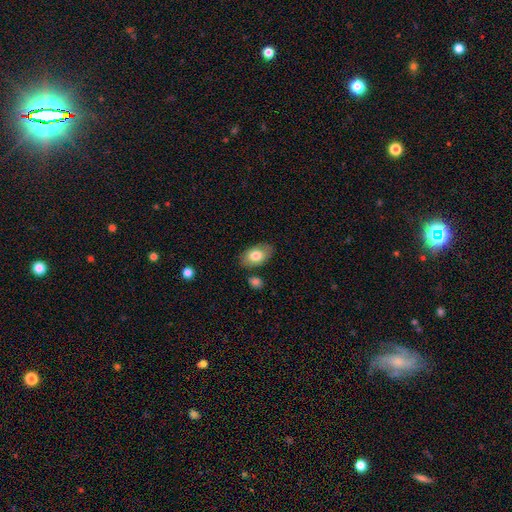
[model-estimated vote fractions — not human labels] smooth-or-featured: smooth: 79% | featured or disk: 15% | star or artifact: 6%
  how-rounded: in between: 92% | round: 7% | cigar-shaped: 1%
  merging: none: 79% | minor disturbance: 13% | merger: 5% | major disturbance: 3%